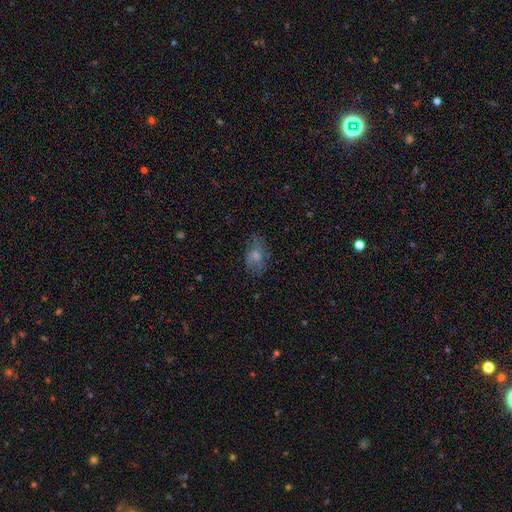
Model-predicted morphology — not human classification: This is likely a smooth galaxy (60%). How rounded: clearly in between (84%). Merging: possibly none (58%).